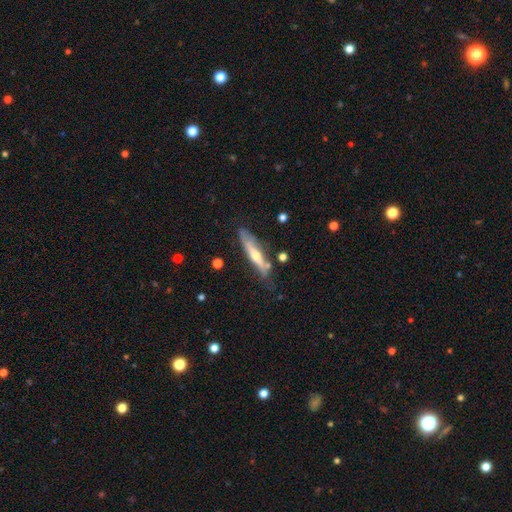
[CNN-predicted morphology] Smooth or featured?
  - featured or disk: 59% *
  - smooth: 35%
  - star or artifact: 6%
Edge-on disk?
  - yes: 84% *
  - no: 16%
Merging?
  - none: 70% *
  - minor disturbance: 20%
  - major disturbance: 5%
  - merger: 5%